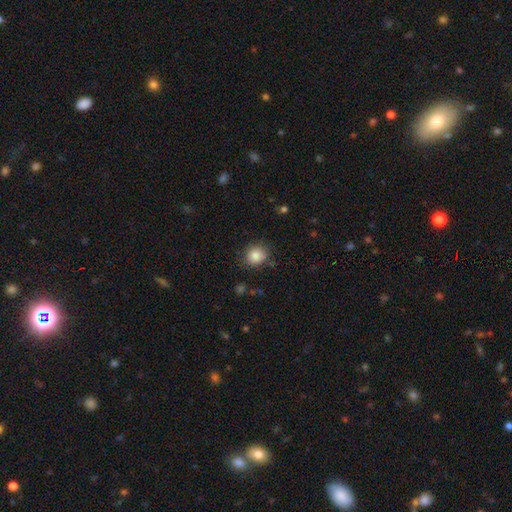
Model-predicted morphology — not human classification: Smooth or featured?
  - smooth: 86% *
  - star or artifact: 9%
  - featured or disk: 5%
How rounded?
  - round: 78% *
  - in between: 21%
  - cigar-shaped: 1%
Merging?
  - none: 80% *
  - minor disturbance: 14%
  - major disturbance: 4%
  - merger: 2%